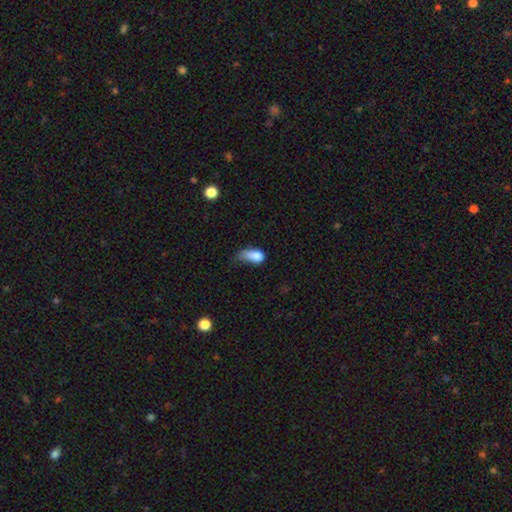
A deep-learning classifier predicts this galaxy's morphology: Overall: smooth (78%). How rounded: in between (85%). Merging: major disturbance (41%; minor disturbance 36%).